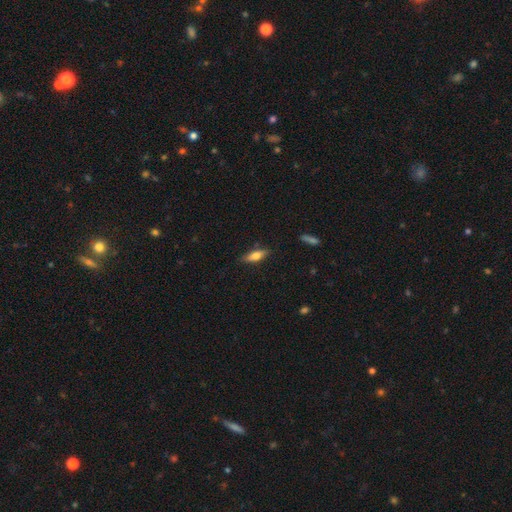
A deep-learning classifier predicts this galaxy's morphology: This is likely a smooth galaxy (69%). How rounded: possibly in between (57%). Merging: clearly none (82%).